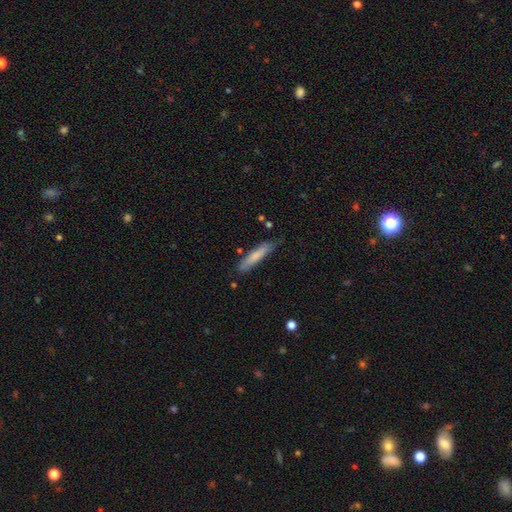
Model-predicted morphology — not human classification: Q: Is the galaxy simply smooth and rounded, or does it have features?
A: smooth — 75%.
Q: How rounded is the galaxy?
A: cigar-shaped — 88%.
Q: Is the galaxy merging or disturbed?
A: none — 77%.